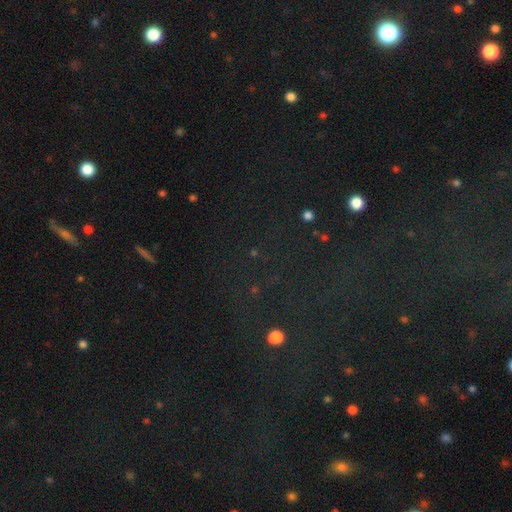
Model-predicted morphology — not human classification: Q: Smooth or featured?
A: star or artifact (75%); runner-up: smooth (16%)